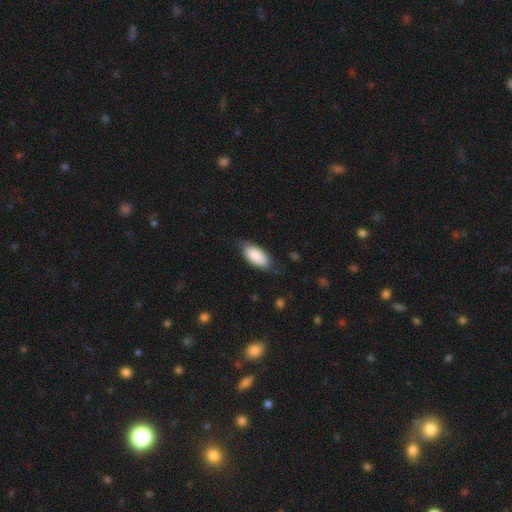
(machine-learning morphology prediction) A smooth galaxy with no disk features (86%) that is in between round and cigar-shaped (90%). Merging: none (71%).